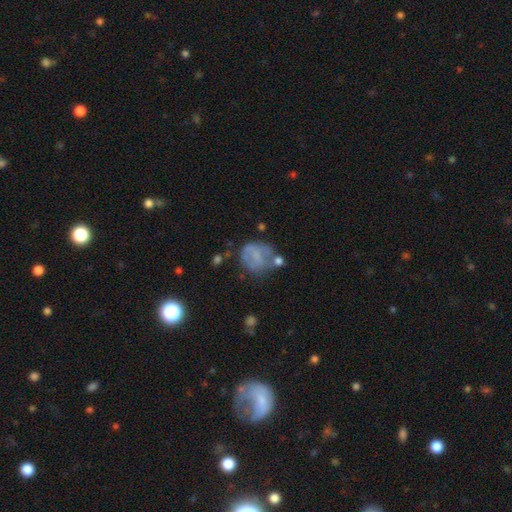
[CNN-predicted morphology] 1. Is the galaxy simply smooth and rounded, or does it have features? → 49% smooth, 40% featured or disk, 11% star or artifact.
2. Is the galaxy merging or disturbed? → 42% none, 25% minor disturbance, 22% major disturbance, 11% merger.